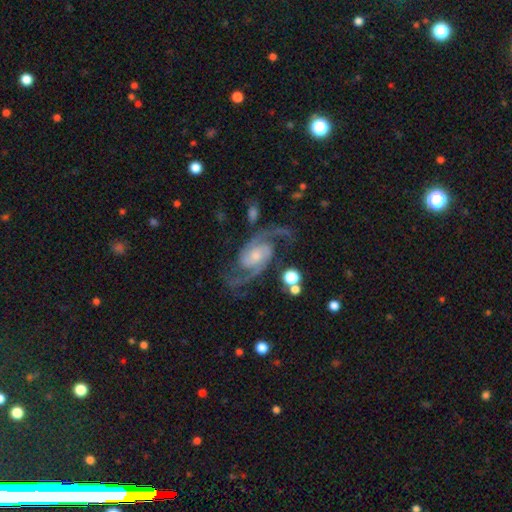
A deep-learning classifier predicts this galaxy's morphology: smooth-or-featured: featured or disk: 92% | star or artifact: 4% | smooth: 3%
  disk-edge-on: no: 98% | yes: 2%
    bar: no: 54% | weak: 35% | strong: 11%
    has-spiral-arms: yes: 98% | no: 2%
      spiral-winding: medium: 58% | loose: 23% | tight: 19%
      spiral-arm-count: 2: 90% | 3: 4% | can't tell: 2% | 1: 1% | 4: 1% | more than 4: 1%
    bulge-size: moderate: 43% | small: 41% | large: 8% | none: 7% | dominant: 2%
  merging: none: 74% | minor disturbance: 14% | major disturbance: 8% | merger: 3%